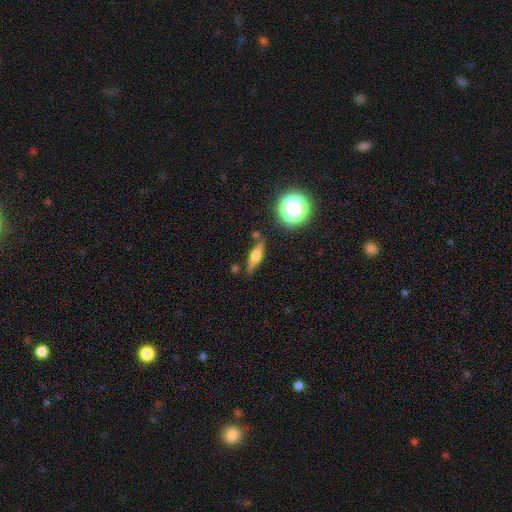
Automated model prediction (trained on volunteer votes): Smooth or featured? featured or disk (47%)
Merging? none (77%)